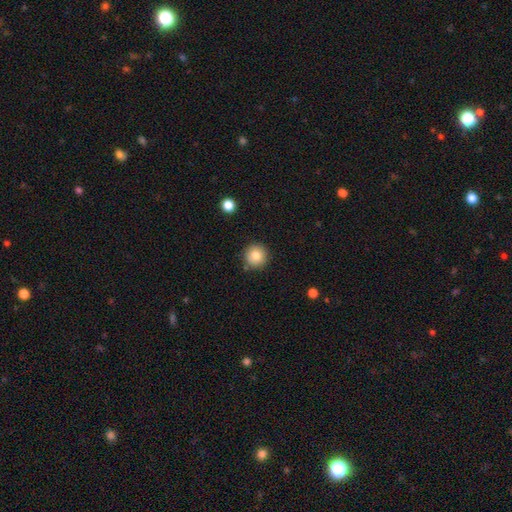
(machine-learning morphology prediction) Smooth or featured? smooth (81%)
How rounded? round (95%)
Merging? none (87%)